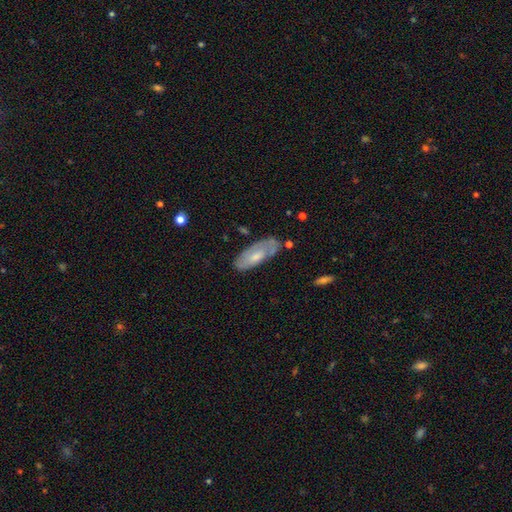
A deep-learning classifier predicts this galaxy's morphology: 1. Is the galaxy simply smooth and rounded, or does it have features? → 50% smooth, 44% featured or disk, 6% star or artifact.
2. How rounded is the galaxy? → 75% in between, 23% cigar-shaped, 2% round.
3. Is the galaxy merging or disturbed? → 67% none, 23% minor disturbance, 7% major disturbance, 3% merger.